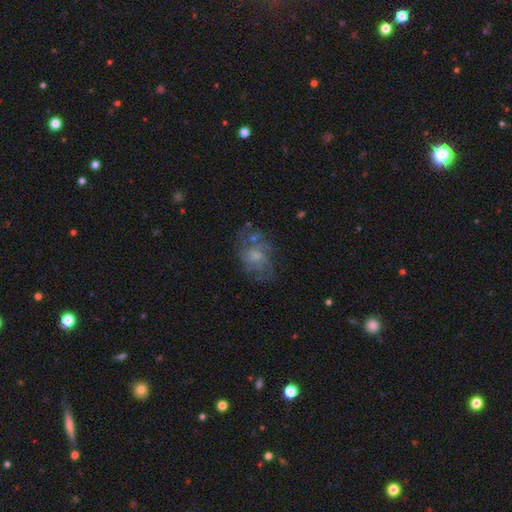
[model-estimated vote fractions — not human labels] A featured or disk galaxy (57%) with no bar (73%), spiral arms (66%) and a small central bulge (37%). Merging: none (60%).